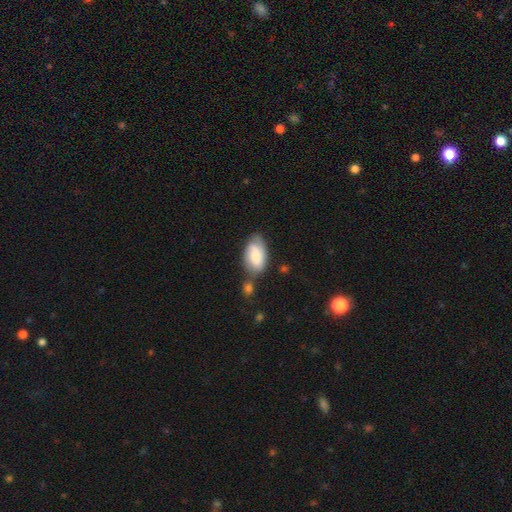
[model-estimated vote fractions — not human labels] Smooth or featured?
  - smooth: 65% *
  - featured or disk: 28%
  - star or artifact: 7%
How rounded?
  - in between: 93% *
  - round: 4%
  - cigar-shaped: 3%
Merging?
  - none: 52% *
  - minor disturbance: 24%
  - merger: 16%
  - major disturbance: 8%